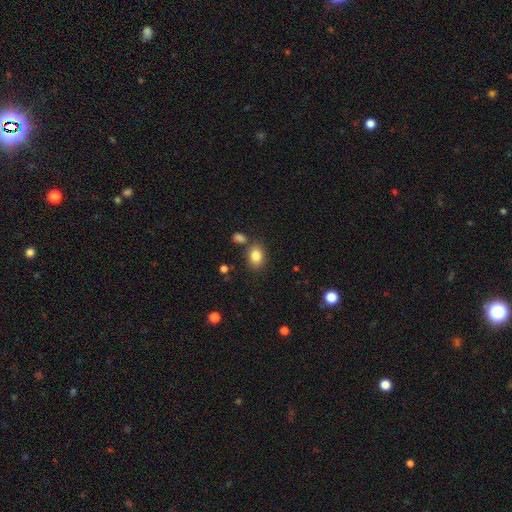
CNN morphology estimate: This appears to be a smooth galaxy with no disk features (84%) that is in between round and cigar-shaped (67%). Merging: none (76%).